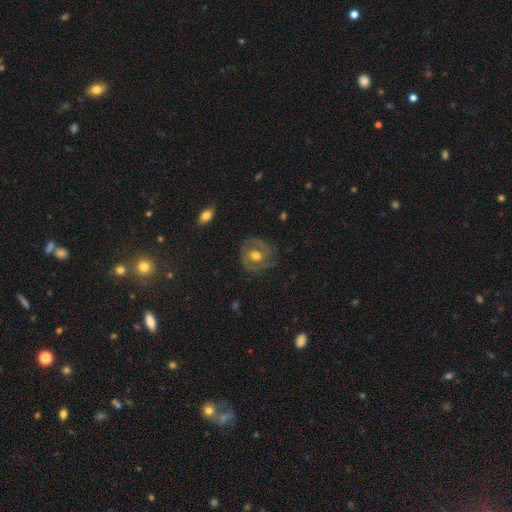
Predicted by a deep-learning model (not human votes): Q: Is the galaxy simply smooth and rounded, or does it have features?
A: featured or disk — 64%.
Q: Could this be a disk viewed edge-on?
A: no — 96%.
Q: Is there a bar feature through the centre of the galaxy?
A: no — 50%.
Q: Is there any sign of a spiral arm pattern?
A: yes — 72%.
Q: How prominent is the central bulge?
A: moderate — 75%.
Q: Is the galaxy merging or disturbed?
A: none — 74%.